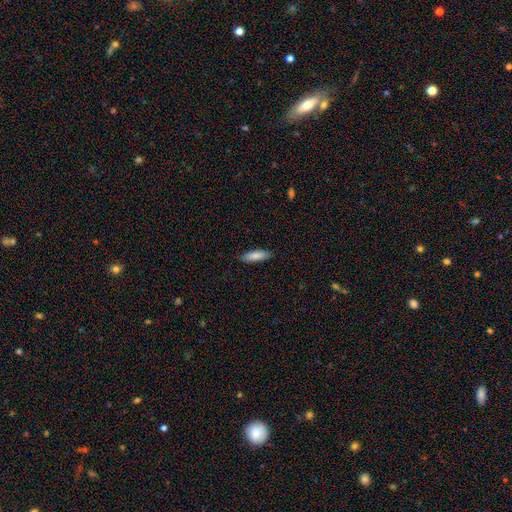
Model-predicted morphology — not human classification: smooth-or-featured: smooth: 84% | featured or disk: 10% | star or artifact: 6%
  how-rounded: cigar-shaped: 56% | in between: 42% | round: 1%
  merging: none: 87% | minor disturbance: 10% | major disturbance: 2% | merger: 1%